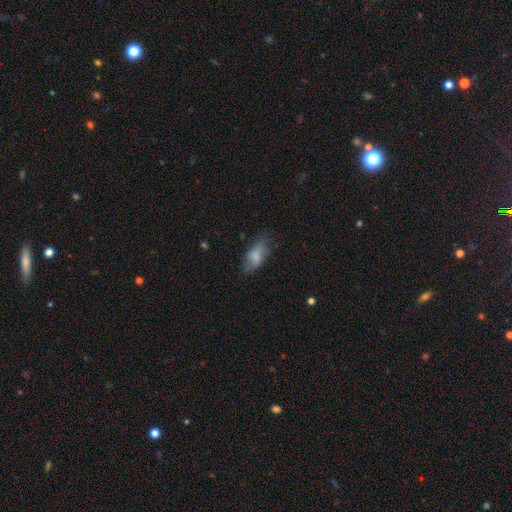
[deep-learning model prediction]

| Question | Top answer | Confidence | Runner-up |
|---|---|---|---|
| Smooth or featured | smooth | 75% | featured or disk (18%) |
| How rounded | in between | 87% | cigar-shaped (10%) |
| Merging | none | 62% | minor disturbance (26%) |